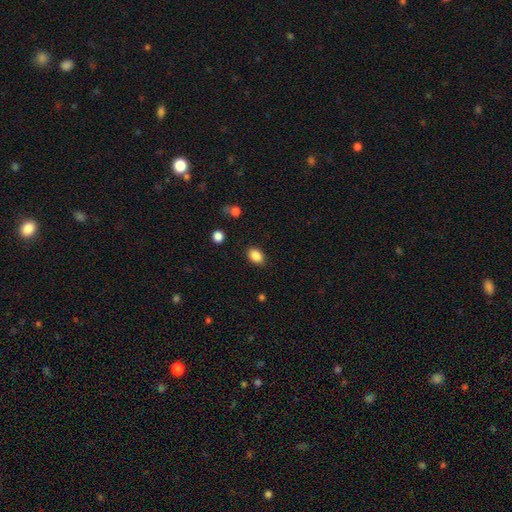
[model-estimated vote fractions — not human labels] Smooth or featured: smooth — 88% (star or artifact — 8%)
How rounded: in between — 81% (round — 18%)
Merging: none — 86% (minor disturbance — 10%)